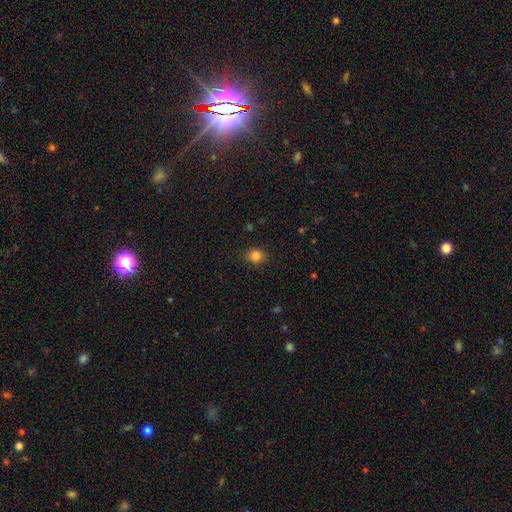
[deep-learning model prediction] Smooth or featured?
  - smooth: 84% *
  - star or artifact: 12%
  - featured or disk: 4%
How rounded?
  - round: 76% *
  - in between: 23%
  - cigar-shaped: 1%
Merging?
  - none: 89% *
  - minor disturbance: 8%
  - major disturbance: 2%
  - merger: 1%